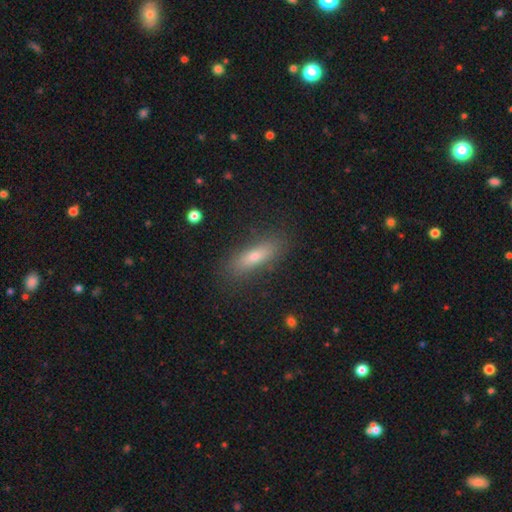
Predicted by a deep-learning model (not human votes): Smooth or featured? Predicted: smooth (p=0.70). How rounded? Predicted: cigar-shaped (p=0.57). Merging? Predicted: none (p=0.84).